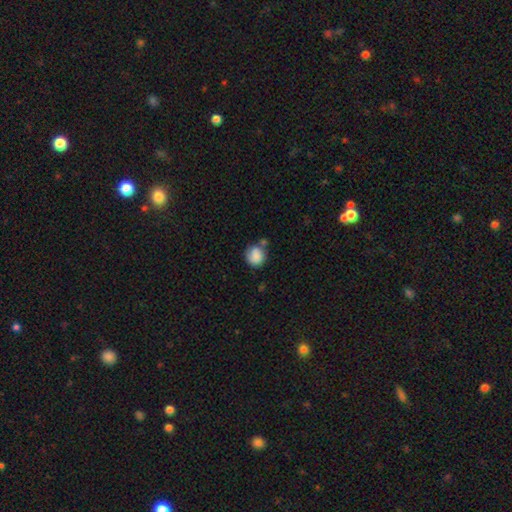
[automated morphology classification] type=smooth (86%); roundness=round (80%); merging=none (58%).